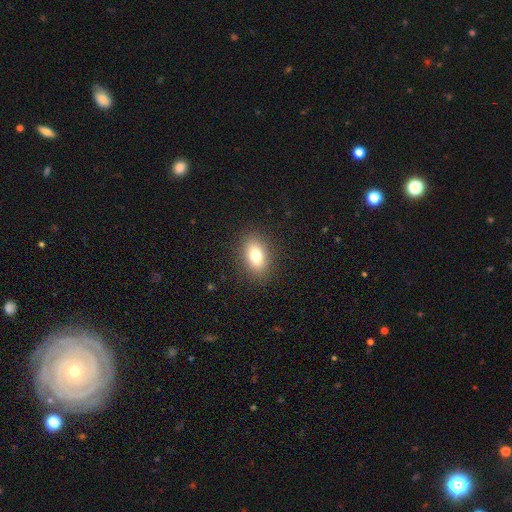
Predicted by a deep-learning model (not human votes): A smooth galaxy with no disk features (76%) that is in between round and cigar-shaped (83%). Merging: none (88%).